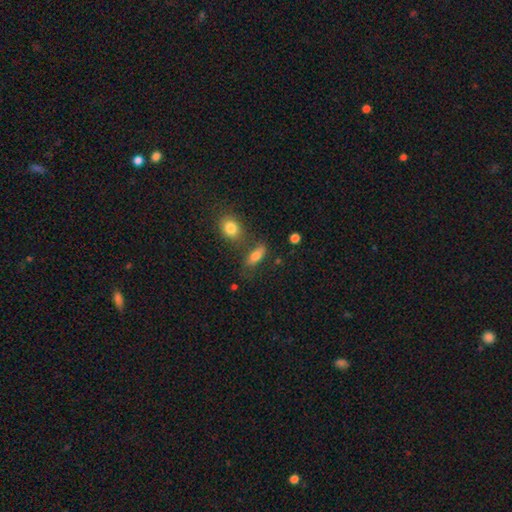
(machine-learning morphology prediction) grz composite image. It shows a smooth galaxy with no disk features (77%) that is in between round and cigar-shaped (74%). Merging: none (59%).